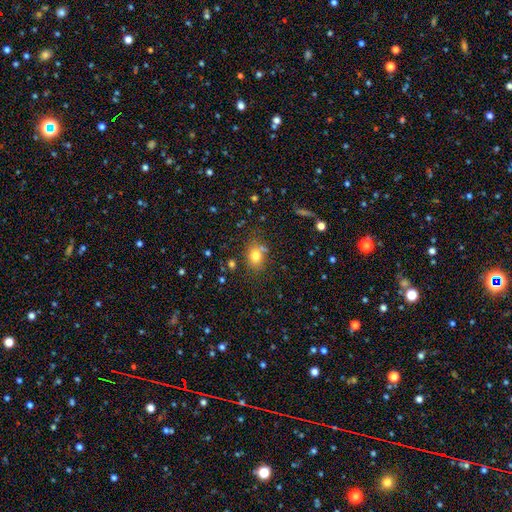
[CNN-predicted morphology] The model was most divided on "how rounded": in between: 57%, round: 42%, cigar-shaped: 1%. More confident: smooth or featured — smooth (77%); merging — none (67%).